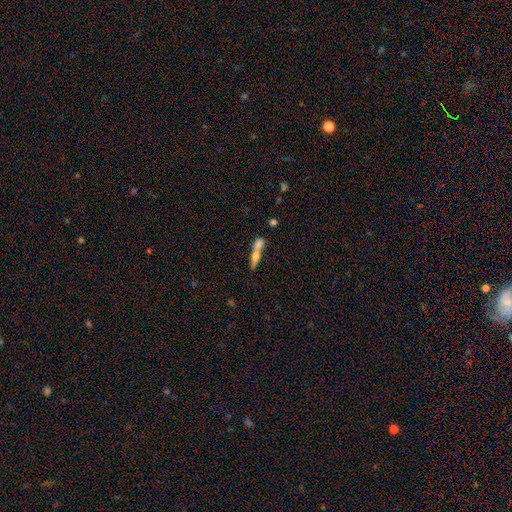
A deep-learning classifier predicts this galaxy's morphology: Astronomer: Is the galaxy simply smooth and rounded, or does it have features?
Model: smooth — 57% (runner-up: featured or disk, 35%).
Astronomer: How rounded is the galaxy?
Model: cigar-shaped — 64%.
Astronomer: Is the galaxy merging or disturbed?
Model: merger — 56%.